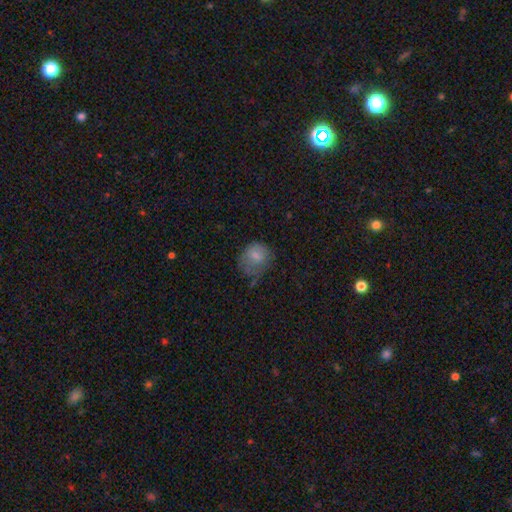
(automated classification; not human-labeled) A smooth galaxy with no disk features (74%) that is round (66%).

Vote fractions:
- Smooth or featured? smooth: 74% / featured or disk: 16% / star or artifact: 9%
- How rounded? round: 66% / in between: 33% / cigar-shaped: 1%
- Merging? none: 39% / minor disturbance: 33% / major disturbance: 25% / merger: 3%